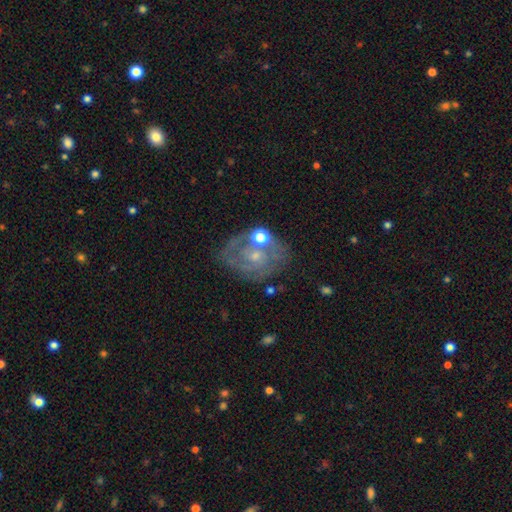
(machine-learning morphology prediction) The model was most divided on "spiral arm count": can't tell: 42%, 2: 32%, 3: 11%, 1: 7%, 4: 5%, more than 4: 4%. More confident: edge-on disk — no (97%); spiral arms — yes (78%); bar — no (72%); smooth or featured — featured or disk (71%); bulge size — small (65%); merging — none (62%); spiral winding — tight (58%).